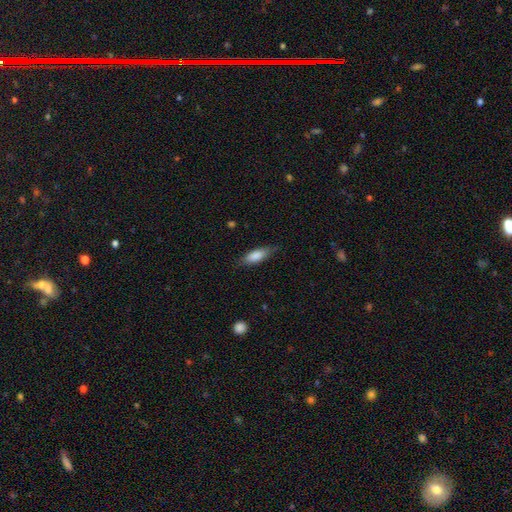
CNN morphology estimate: smooth_or_featured: smooth (p=0.81) [alt: featured or disk p=0.13]
how_rounded: in between (p=0.67) [alt: cigar-shaped p=0.31]
merging: none (p=0.77) [alt: minor disturbance p=0.18]